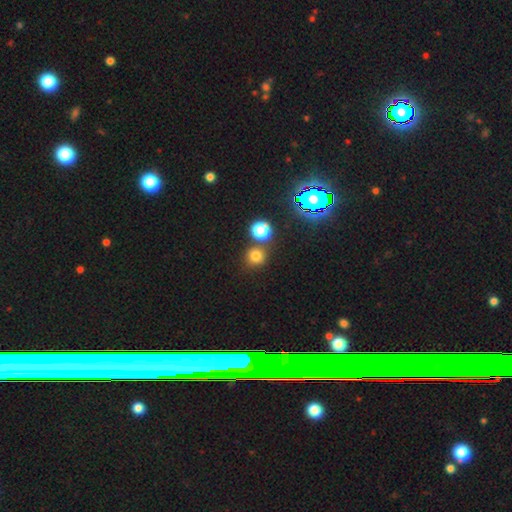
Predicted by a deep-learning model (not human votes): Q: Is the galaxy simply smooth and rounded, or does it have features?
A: smooth — 72%.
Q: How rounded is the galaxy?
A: round — 89%.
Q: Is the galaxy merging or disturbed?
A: none — 71%.